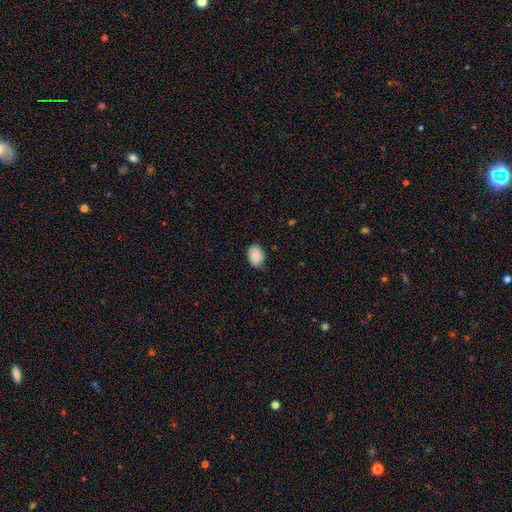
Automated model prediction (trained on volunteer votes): This appears to be a smooth galaxy with no disk features (86%) that is in between round and cigar-shaped (74%). Merging: none (69%).